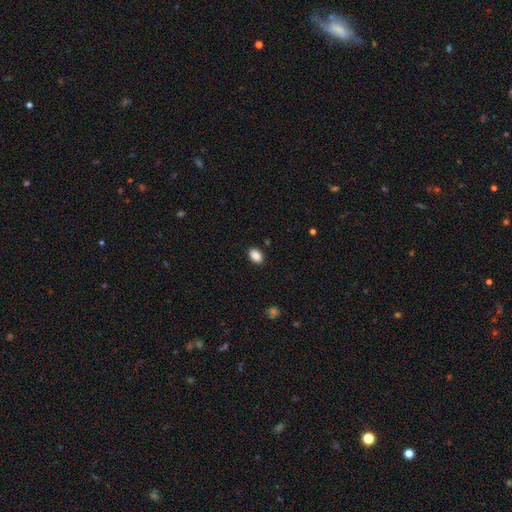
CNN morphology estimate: A smooth galaxy with no disk features (89%) that is in between round and cigar-shaped (85%).

Vote fractions:
- Smooth or featured? smooth: 89% / star or artifact: 8% / featured or disk: 3%
- How rounded? in between: 85% / round: 13% / cigar-shaped: 1%
- Merging? none: 88% / minor disturbance: 9% / major disturbance: 2% / merger: 1%